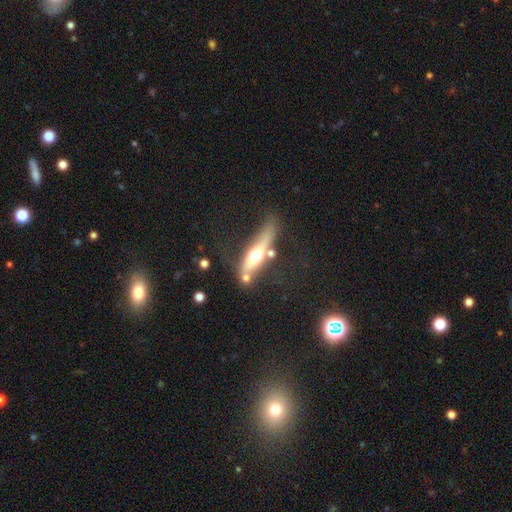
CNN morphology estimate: Smooth or featured? Predicted: featured or disk (p=0.54). Edge-on disk? Predicted: yes (p=0.80). Merging? Predicted: none (p=0.57).